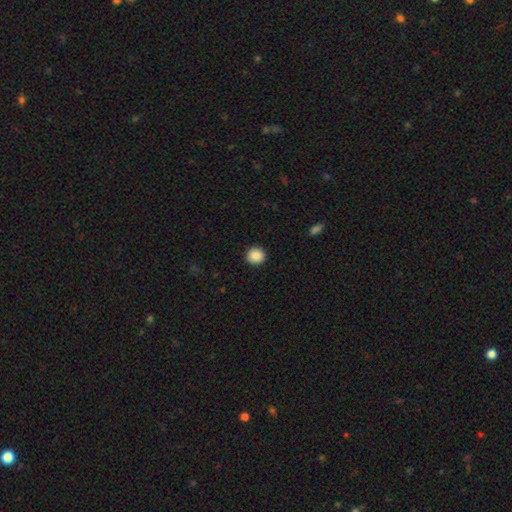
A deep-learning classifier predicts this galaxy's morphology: This appears to be a smooth galaxy with no disk features (89%) that is round (90%). Merging: none (92%).